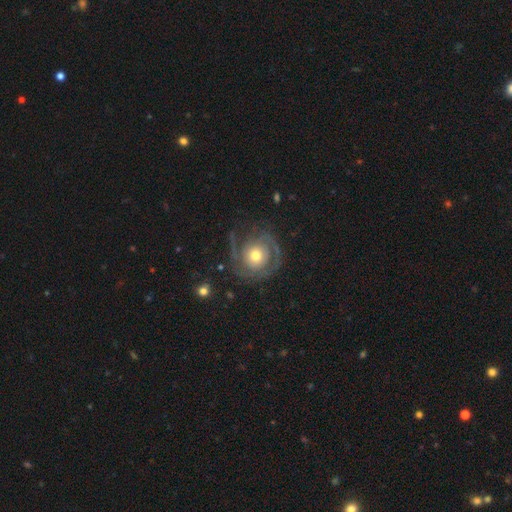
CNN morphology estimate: Smooth or featured?
  - featured or disk: 84% *
  - smooth: 11%
  - star or artifact: 6%
Edge-on disk?
  - no: 98% *
  - yes: 2%
Bar?
  - no: 81% *
  - weak: 15%
  - strong: 4%
Spiral arms?
  - yes: 94% *
  - no: 6%
Spiral winding?
  - tight: 60% *
  - medium: 30%
  - loose: 9%
Spiral arm count?
  - 2: 45% *
  - 3: 19%
  - can't tell: 18%
  - 1: 7%
  - 4: 6%
  - more than 4: 5%
Bulge size?
  - moderate: 69% *
  - small: 18%
  - large: 11%
  - dominant: 1%
  - none: 1%
Merging?
  - none: 73% *
  - minor disturbance: 15%
  - major disturbance: 11%
  - merger: 2%